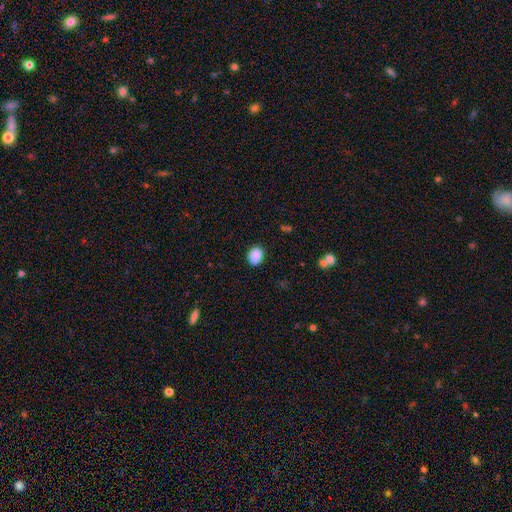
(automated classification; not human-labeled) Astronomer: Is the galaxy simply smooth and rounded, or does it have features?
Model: smooth — 88%.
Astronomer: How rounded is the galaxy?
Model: in between — 62% (runner-up: round, 37%).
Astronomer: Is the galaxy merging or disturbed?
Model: none — 83%.